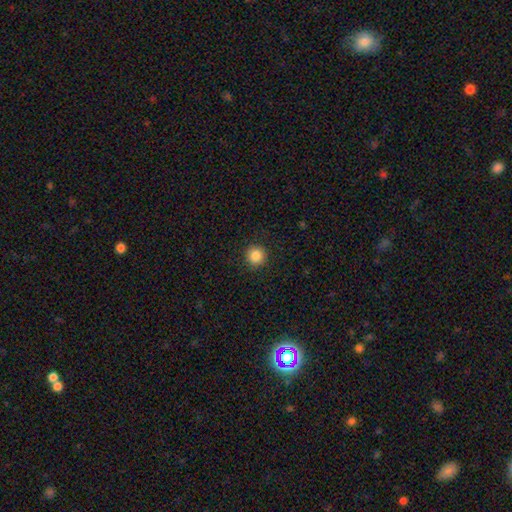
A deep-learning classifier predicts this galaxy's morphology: type=smooth (86%); roundness=round (95%); merging=none (92%).